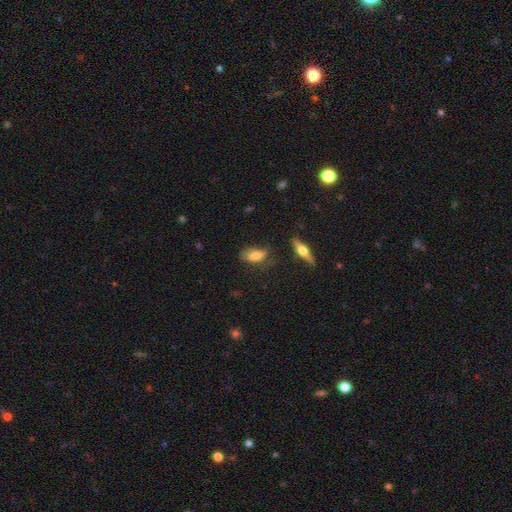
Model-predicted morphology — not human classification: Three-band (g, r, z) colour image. It shows a smooth galaxy with no disk features (75%) that is in between round and cigar-shaped (82%). Merging: none (58%).